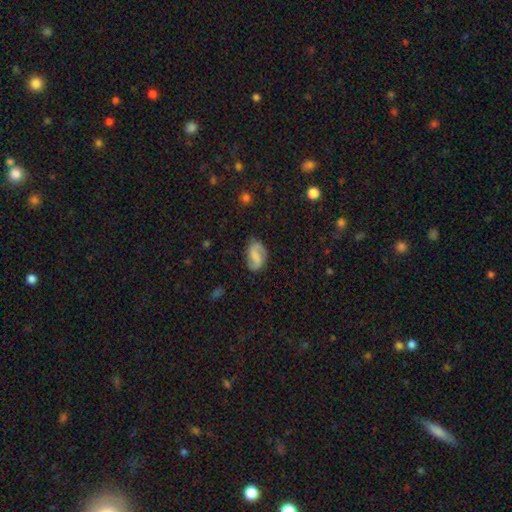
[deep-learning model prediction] Morphology: type=featured or disk (62%); edge-on=no (97%); bar=weak (44%); spiral arms=yes (91%); winding=loose (51%); arm count=2 (90%); bulge=none (59%); merging=none (77%).